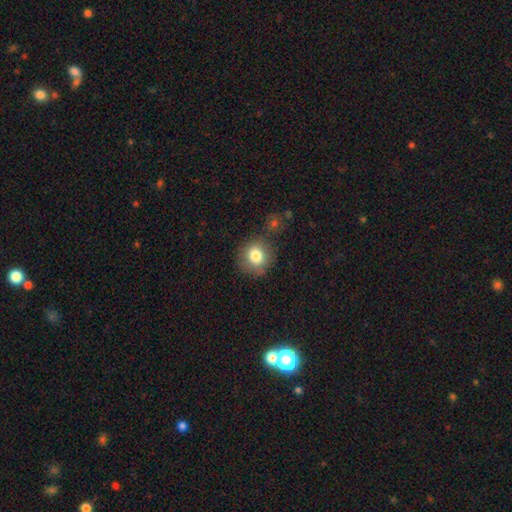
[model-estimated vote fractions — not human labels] Morphology: type=smooth (81%); roundness=round (84%); merging=none (77%).